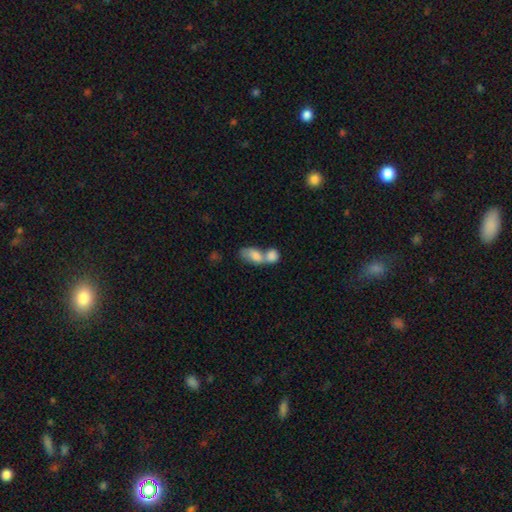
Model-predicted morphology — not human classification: Overall: smooth (76%). How rounded: in between (84%). Merging: merger (75%).